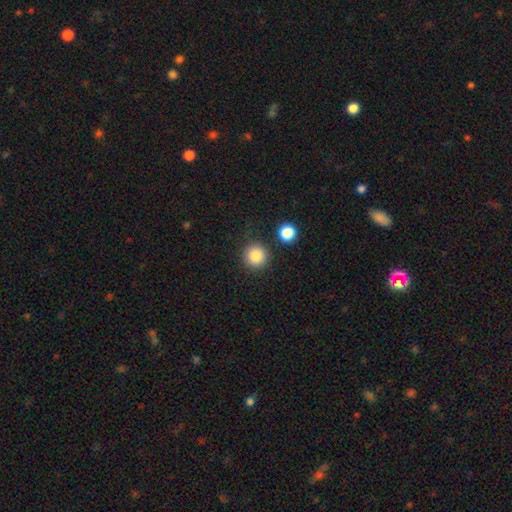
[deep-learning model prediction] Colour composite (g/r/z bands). It shows a smooth galaxy with no disk features (86%) that is round (95%). Merging: none (86%).